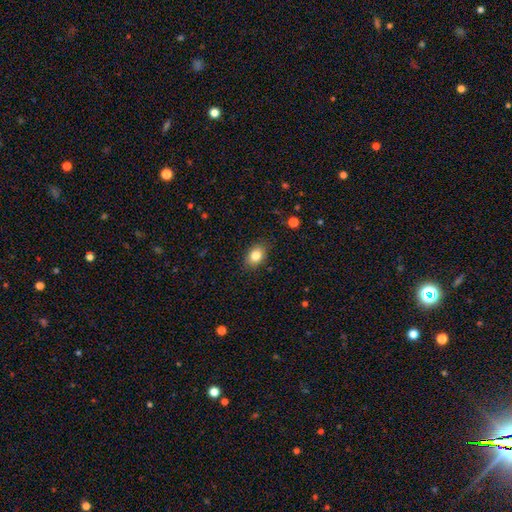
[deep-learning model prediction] Q: Smooth or featured?
A: smooth (83%); runner-up: star or artifact (9%)
Q: How rounded?
A: in between (77%); runner-up: round (22%)
Q: Merging?
A: none (85%); runner-up: minor disturbance (11%)